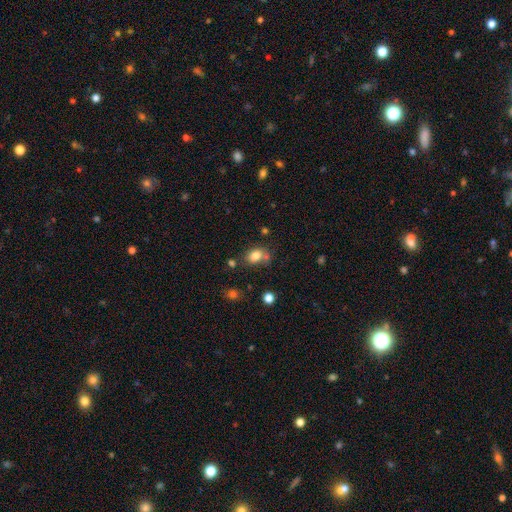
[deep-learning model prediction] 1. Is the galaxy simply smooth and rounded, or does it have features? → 80% smooth, 12% star or artifact, 8% featured or disk.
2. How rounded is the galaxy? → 67% in between, 32% round, 1% cigar-shaped.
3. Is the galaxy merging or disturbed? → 55% none, 21% merger, 18% minor disturbance, 7% major disturbance.